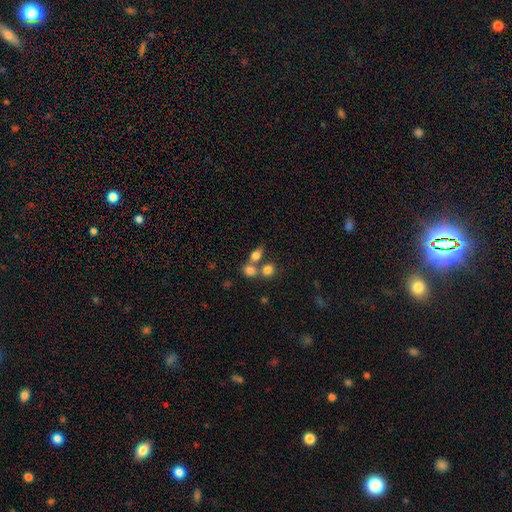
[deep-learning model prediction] smooth_or_featured: smooth (p=0.73) [alt: featured or disk p=0.15]
how_rounded: in between (p=0.56) [alt: round p=0.39]
merging: merger (p=0.43) [alt: none p=0.42]